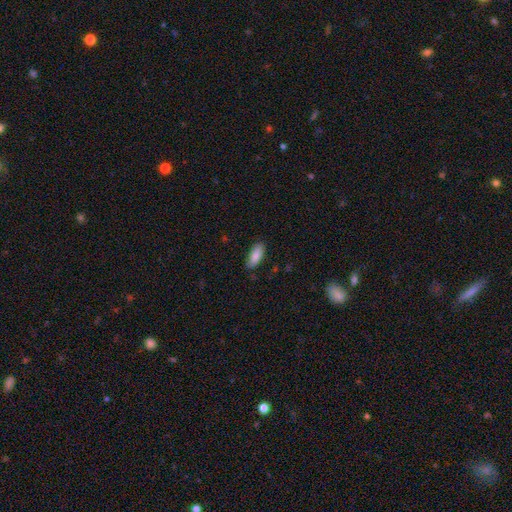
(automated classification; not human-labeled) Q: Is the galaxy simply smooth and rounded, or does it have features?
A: smooth — 86%.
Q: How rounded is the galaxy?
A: in between — 79%.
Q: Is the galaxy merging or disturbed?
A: none — 85%.